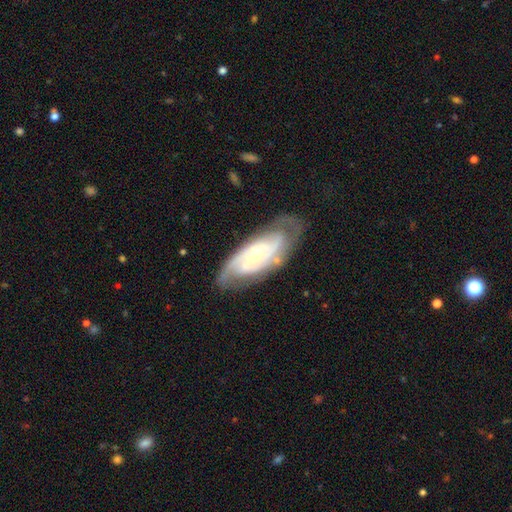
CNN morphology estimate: The model was most divided on "bulge size": small: 49%, moderate: 47%, large: 2%, none: 1%, dominant: 1%. Remaining: spiral arms — yes (95%); edge-on disk — no (92%); smooth or featured — featured or disk (85%); merging — none (74%); bar — no (68%); spiral winding — tight (59%); spiral arm count — 2 (47%).